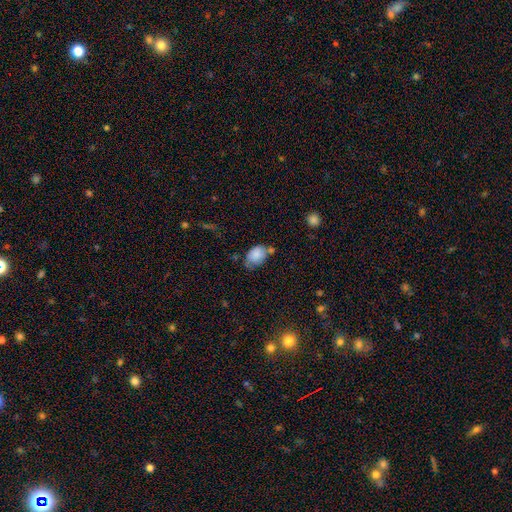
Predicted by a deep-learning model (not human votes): smooth 82%, featured or disk 10%, star or artifact 8%. Down the decision tree: how rounded — in between (80%); merging — none (44%).